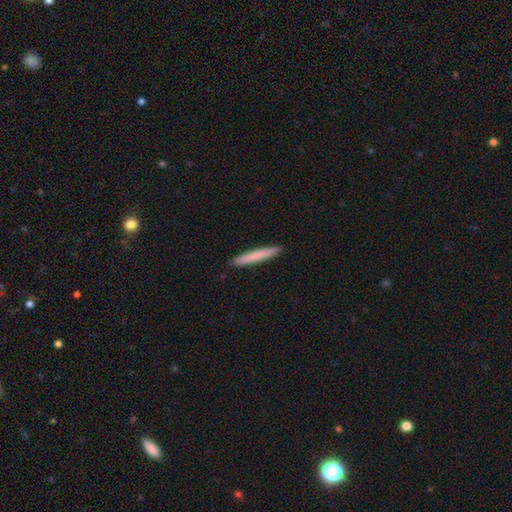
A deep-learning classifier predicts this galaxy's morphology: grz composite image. It shows a smooth galaxy with no disk features (78%) that is cigar-shaped (96%). Merging: none (93%).